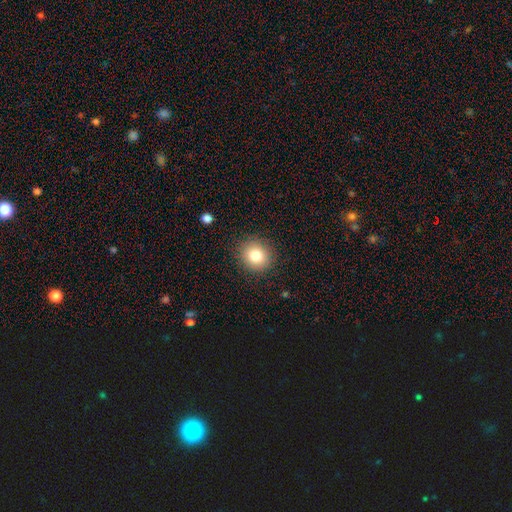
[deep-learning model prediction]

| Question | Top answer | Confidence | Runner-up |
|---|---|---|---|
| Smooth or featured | smooth | 81% | star or artifact (11%) |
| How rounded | round | 87% | in between (12%) |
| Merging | none | 89% | minor disturbance (7%) |